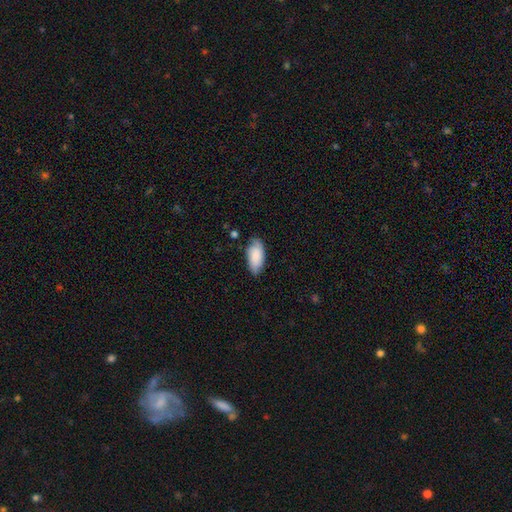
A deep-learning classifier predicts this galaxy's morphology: A smooth galaxy with no disk features (82%) that is in between round and cigar-shaped (92%). Merging: none (69%).